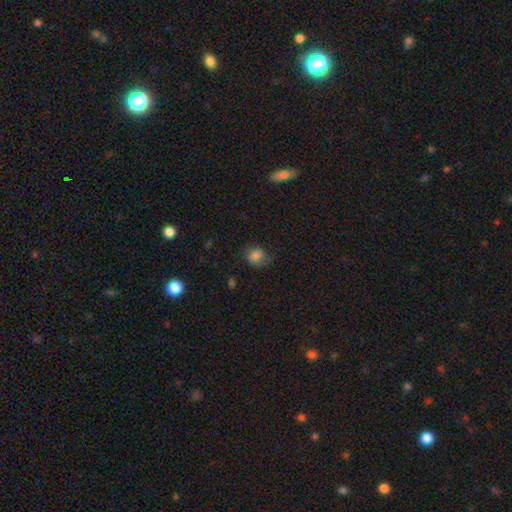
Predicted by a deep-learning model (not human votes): A smooth galaxy with no disk features (75%) that is round (57%).

Vote fractions:
- Smooth or featured? smooth: 75% / featured or disk: 14% / star or artifact: 11%
- How rounded? round: 57% / in between: 42% / cigar-shaped: 1%
- Merging? none: 57% / minor disturbance: 26% / major disturbance: 15% / merger: 2%